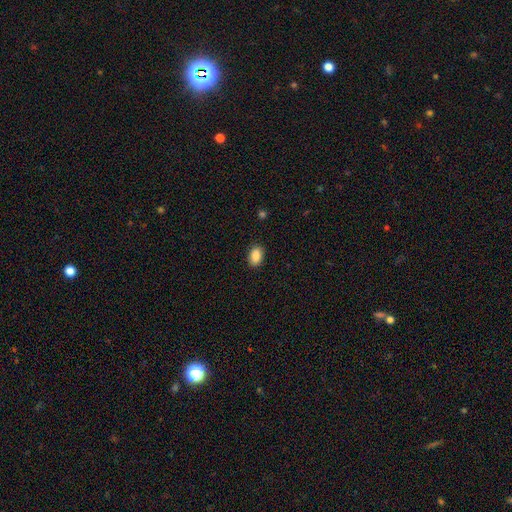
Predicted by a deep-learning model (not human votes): This is clearly a smooth galaxy (89%). How rounded: clearly in between (85%). Merging: clearly none (88%).